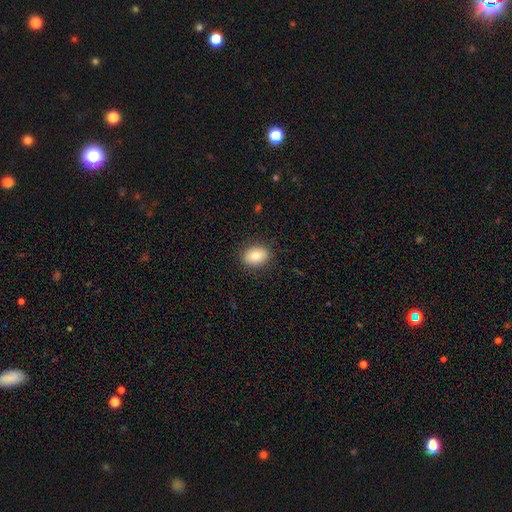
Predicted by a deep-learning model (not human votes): Q: Smooth or featured?
A: smooth (82%); runner-up: featured or disk (10%)
Q: How rounded?
A: in between (75%); runner-up: round (24%)
Q: Merging?
A: none (88%); runner-up: minor disturbance (9%)